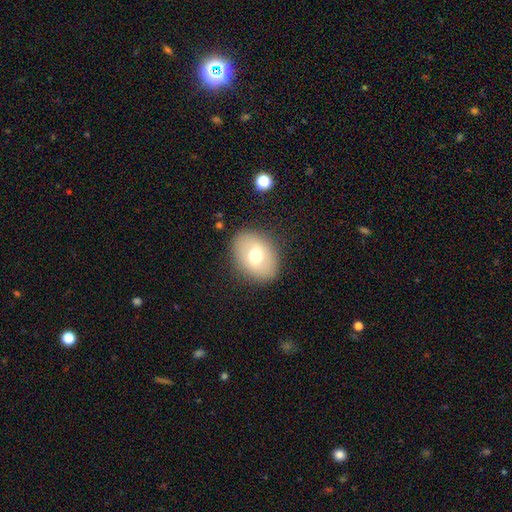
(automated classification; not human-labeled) Smooth or featured? smooth (64%)
How rounded? in between (61%)
Merging? none (85%)